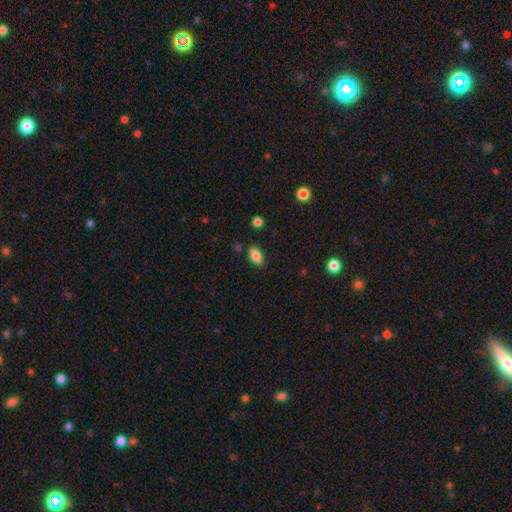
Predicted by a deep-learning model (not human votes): smooth-or-featured: smooth: 84% | star or artifact: 9% | featured or disk: 7%
  how-rounded: in between: 90% | round: 6% | cigar-shaped: 4%
  merging: none: 84% | minor disturbance: 11% | major disturbance: 3% | merger: 2%